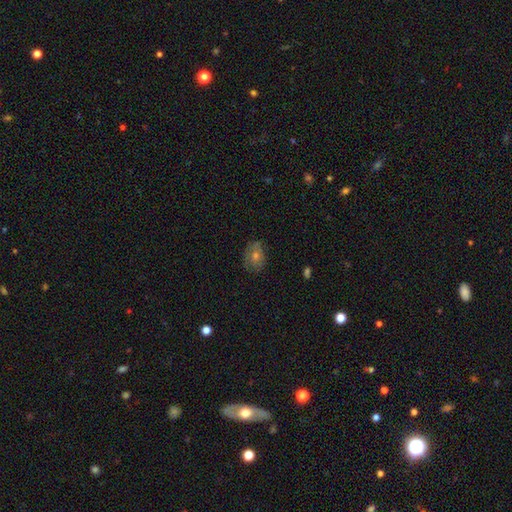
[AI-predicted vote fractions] Smooth or featured? Predicted: smooth (p=0.49). Merging? Predicted: none (p=0.77).